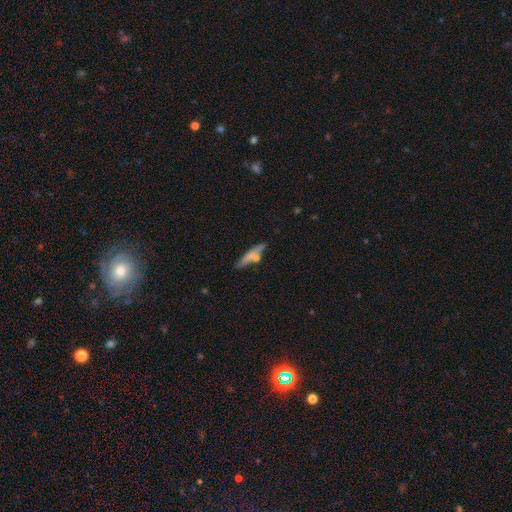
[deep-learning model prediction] A smooth galaxy with no disk features (53%) that is cigar-shaped (84%). Merging: none (67%).